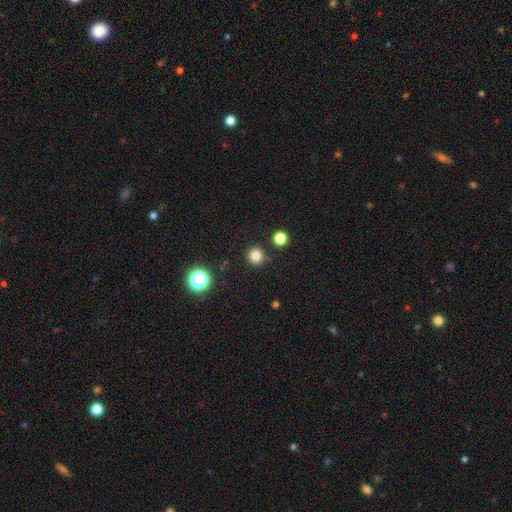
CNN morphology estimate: The model was most divided on "smooth or featured": smooth: 81%, star or artifact: 15%, featured or disk: 4%. More confident: how rounded — round (96%); merging — none (89%).